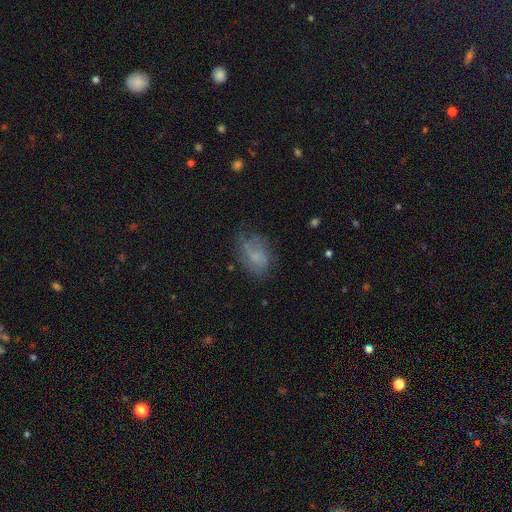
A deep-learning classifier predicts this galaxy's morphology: Smooth or featured? Predicted: smooth (p=0.53). How rounded? Predicted: in between (p=0.79). Merging? Predicted: none (p=0.52).